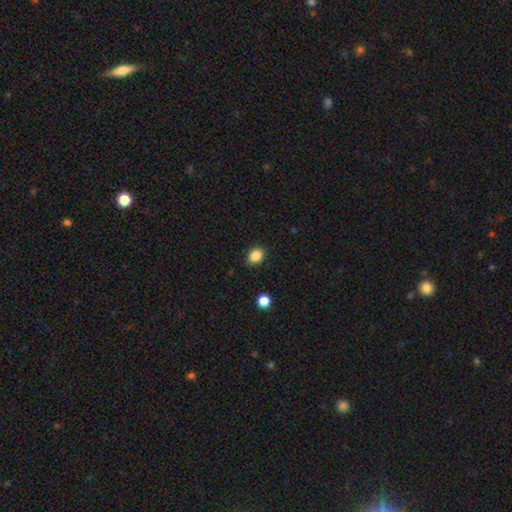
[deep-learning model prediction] Overall: smooth (86%). How rounded: in between (51%; round 48%). Merging: none (88%).